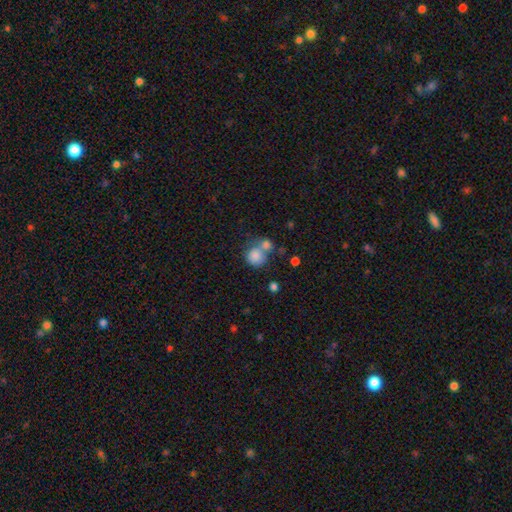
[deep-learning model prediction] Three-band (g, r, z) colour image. It shows a smooth galaxy with no disk features (82%) that is round (83%). Merging: merger (45%).